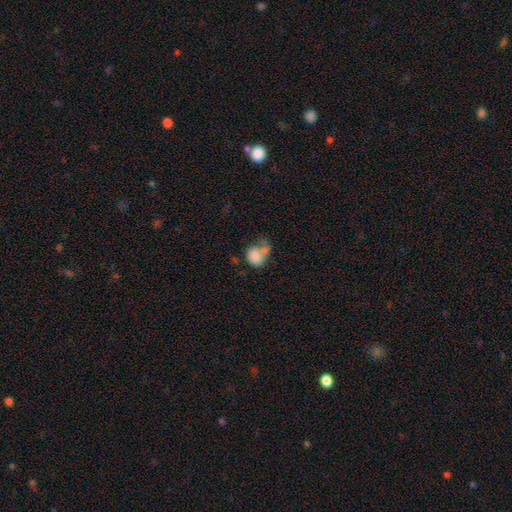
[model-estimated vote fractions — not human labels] Q: Smooth or featured?
A: smooth (78%); runner-up: featured or disk (14%)
Q: How rounded?
A: round (58%); runner-up: in between (41%)
Q: Merging?
A: merger (39%); runner-up: none (26%)